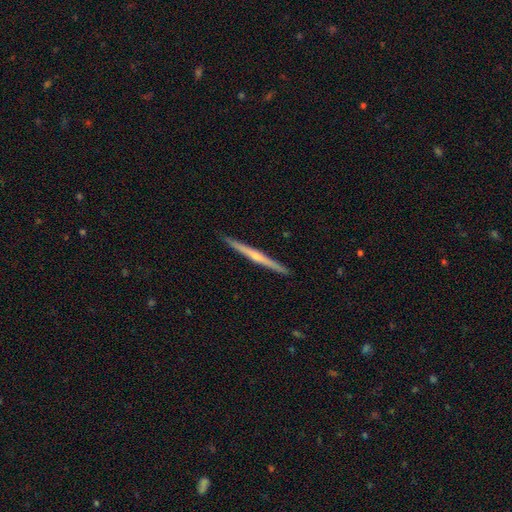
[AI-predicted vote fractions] Smooth or featured: featured or disk — 71% (smooth — 22%)
Edge-on disk: yes — 98% (no — 2%)
Edge-on bulge: rounded — 61% (none — 31%)
Merging: none — 91% (minor disturbance — 7%)